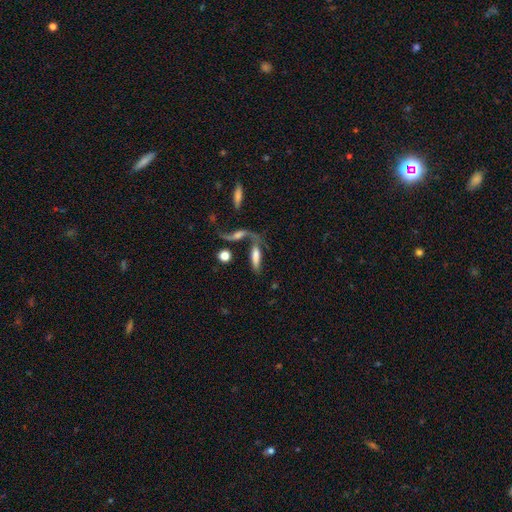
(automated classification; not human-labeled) This is possibly a smooth galaxy (55%). How rounded: possibly cigar-shaped (56%). Merging: marginally merger (41%).